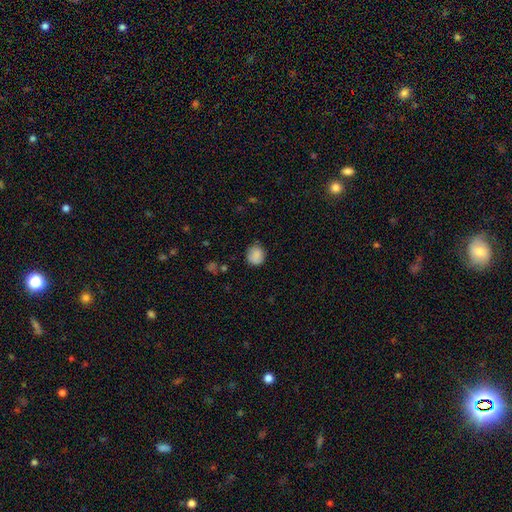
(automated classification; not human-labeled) smooth 87%, star or artifact 9%, featured or disk 5%. Down the decision tree: how rounded — round (81%); merging — none (77%).